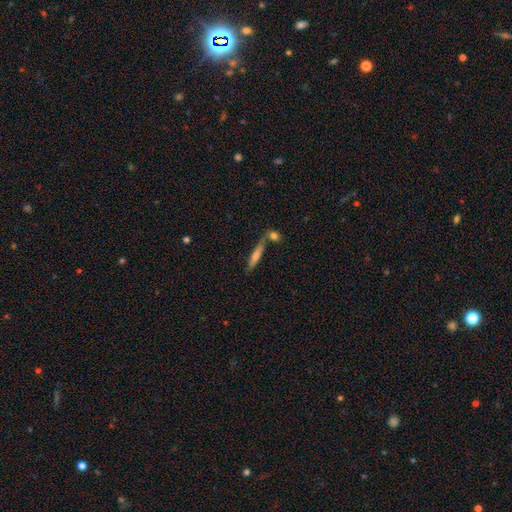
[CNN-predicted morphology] Smooth or featured: smooth — 50% (featured or disk — 42%)
How rounded: cigar-shaped — 88% (in between — 10%)
Merging: none — 68% (merger — 18%)